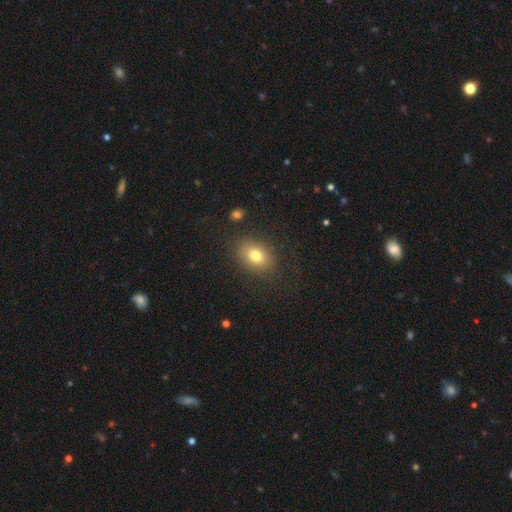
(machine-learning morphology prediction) This appears to be a smooth galaxy with no disk features (78%) that is in between round and cigar-shaped (67%). Merging: none (81%).